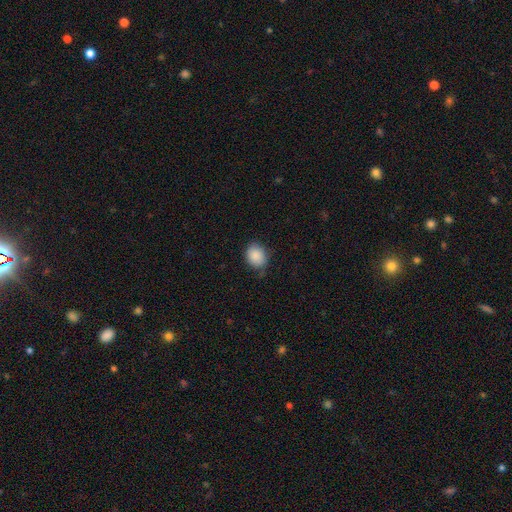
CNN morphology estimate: Overall: smooth (88%). How rounded: round (57%; in between 42%). Merging: none (75%).